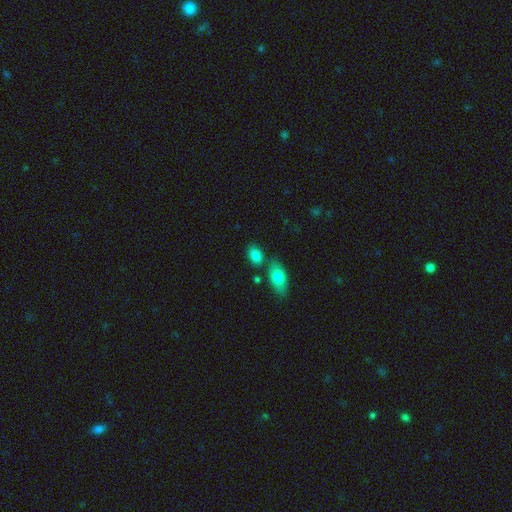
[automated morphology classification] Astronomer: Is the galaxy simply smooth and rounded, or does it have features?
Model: smooth — 84%.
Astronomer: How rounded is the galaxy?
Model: in between — 83%.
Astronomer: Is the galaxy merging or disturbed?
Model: none — 64%.